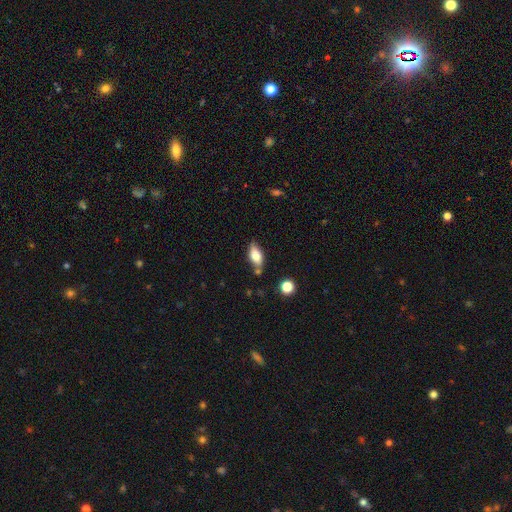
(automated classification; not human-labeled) Smooth or featured? Predicted: smooth (p=0.72). How rounded? Predicted: in between (p=0.85). Merging? Predicted: none (p=0.69).